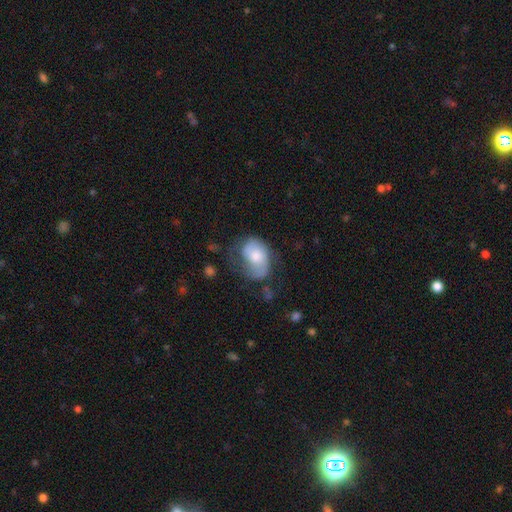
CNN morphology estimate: A smooth galaxy with no disk features (55%) that is in between round and cigar-shaped (73%). Merging: major disturbance (36%).